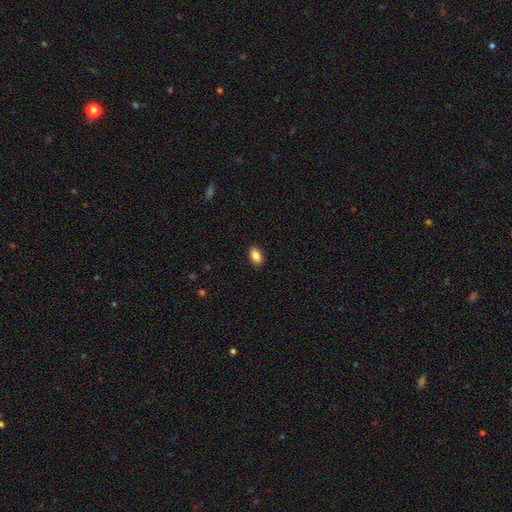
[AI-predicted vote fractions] A smooth galaxy with no disk features (87%) that is in between round and cigar-shaped (90%). Merging: none (90%).